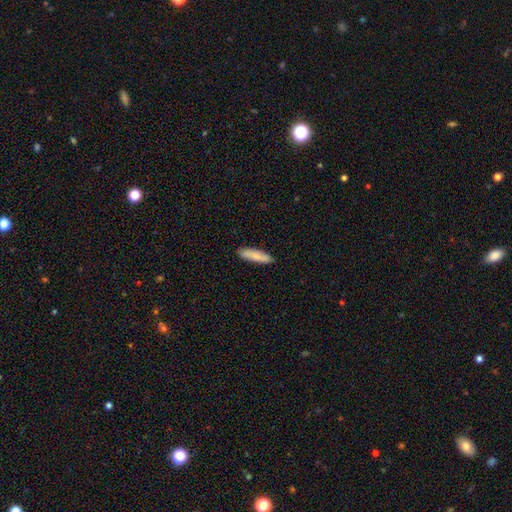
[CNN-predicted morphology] Smooth or featured: smooth — 83% (featured or disk — 11%)
How rounded: cigar-shaped — 75% (in between — 24%)
Merging: none — 88% (minor disturbance — 10%)